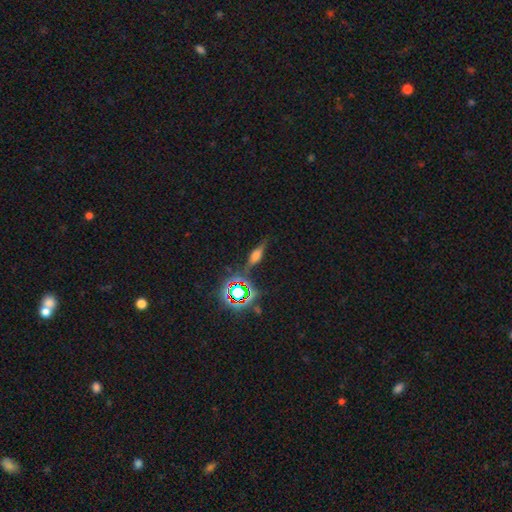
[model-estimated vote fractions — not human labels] This is marginally a featured or disk galaxy (42%). Merging: likely none (75%).